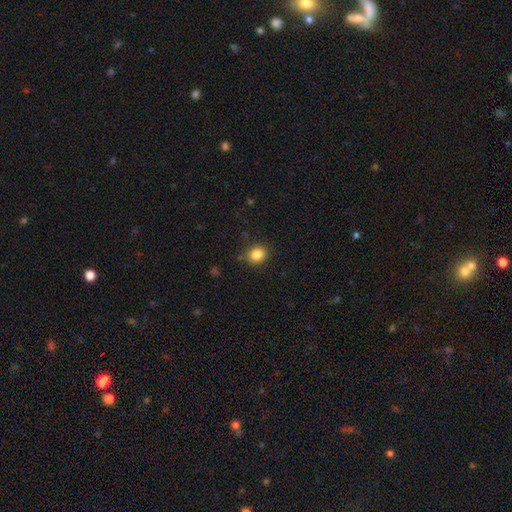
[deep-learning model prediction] smooth_or_featured: smooth (p=0.85) [alt: star or artifact p=0.11]
how_rounded: round (p=0.74) [alt: in between p=0.25]
merging: none (p=0.82) [alt: minor disturbance p=0.13]